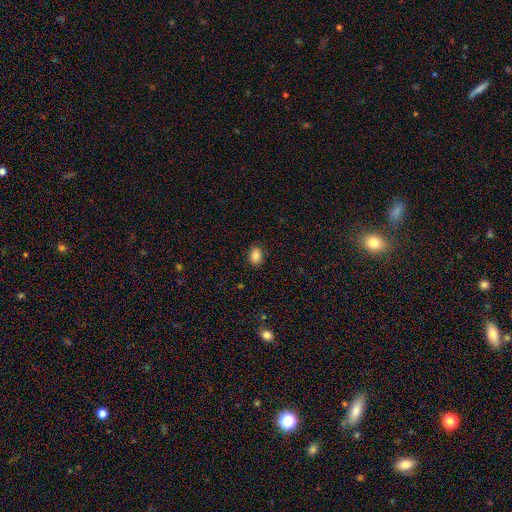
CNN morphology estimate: This is clearly a smooth galaxy (85%). How rounded: likely in between (68%). Merging: clearly none (88%).